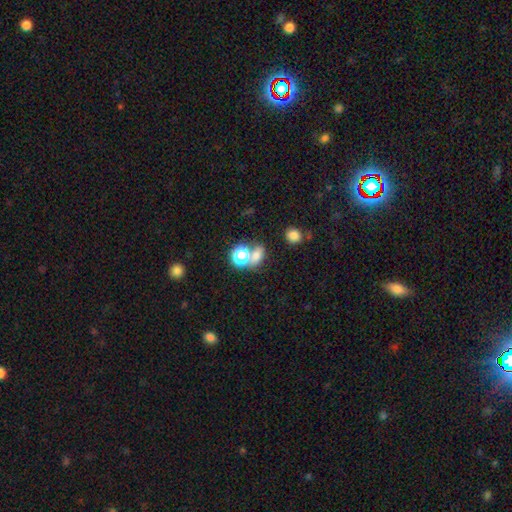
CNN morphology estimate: The model was most divided on "how rounded": round: 50%, in between: 47%, cigar-shaped: 2%. Remaining: smooth or featured — smooth (65%); merging — none (46%).